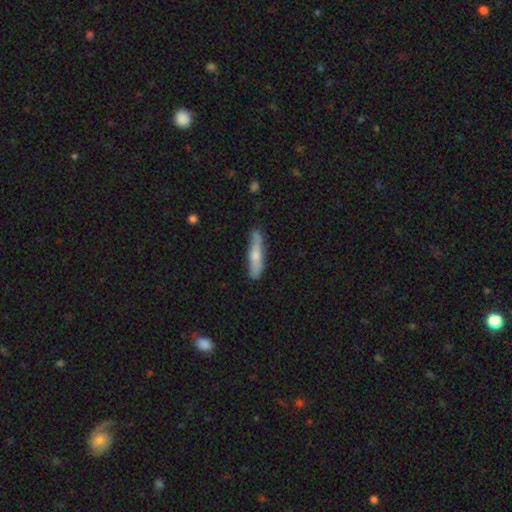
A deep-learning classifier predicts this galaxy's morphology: Smooth or featured: smooth — 59% (featured or disk — 35%)
How rounded: cigar-shaped — 80% (in between — 18%)
Merging: none — 70% (minor disturbance — 22%)